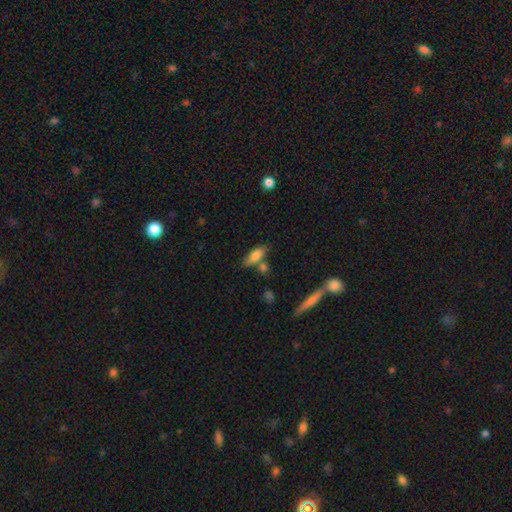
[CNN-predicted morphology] The model was most divided on "how rounded": in between: 71%, cigar-shaped: 27%, round: 3%. More confident: smooth or featured — smooth (78%); merging — none (62%).